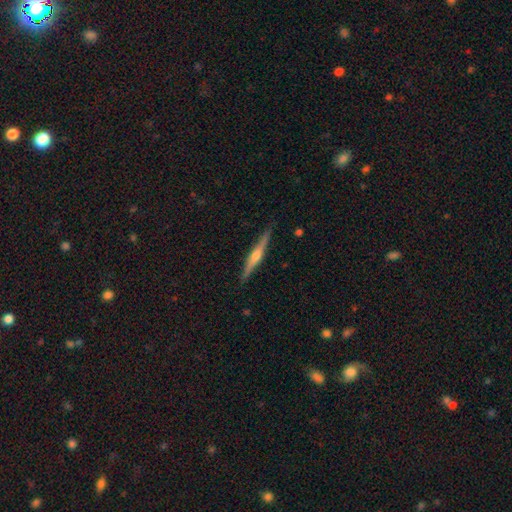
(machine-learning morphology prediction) Q: Smooth or featured?
A: featured or disk (75%); runner-up: smooth (19%)
Q: Edge-on disk?
A: yes (98%); runner-up: no (2%)
Q: Edge-on bulge?
A: rounded (87%); runner-up: boxy (7%)
Q: Merging?
A: none (91%); runner-up: minor disturbance (7%)